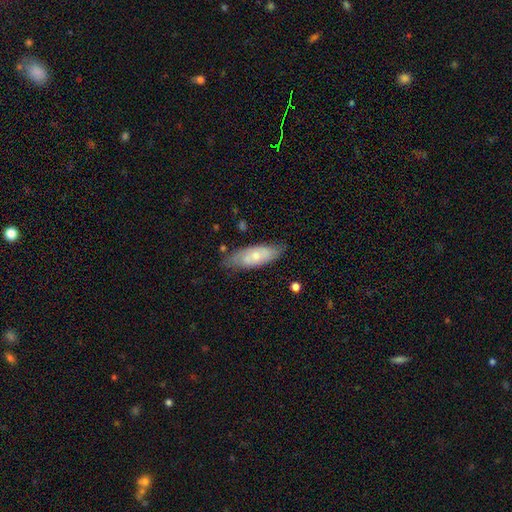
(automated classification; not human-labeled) smooth-or-featured: smooth: 53% | featured or disk: 41% | star or artifact: 6%
  how-rounded: in between: 72% | cigar-shaped: 26% | round: 2%
  merging: none: 69% | minor disturbance: 24% | major disturbance: 5% | merger: 2%